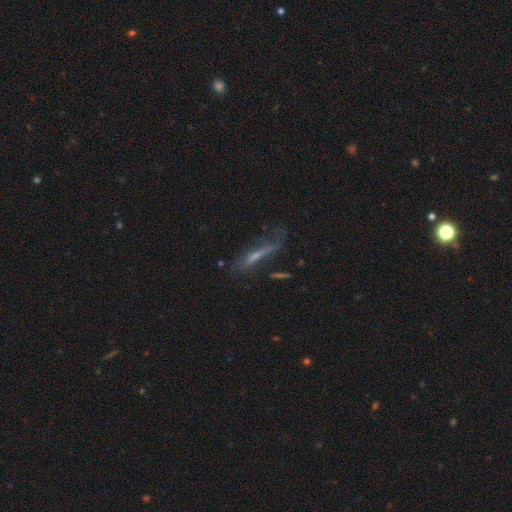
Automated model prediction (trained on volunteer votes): featured or disk 54%, smooth 33%, star or artifact 13%. Down the decision tree: edge-on disk — yes (64%); merging — none (53%).